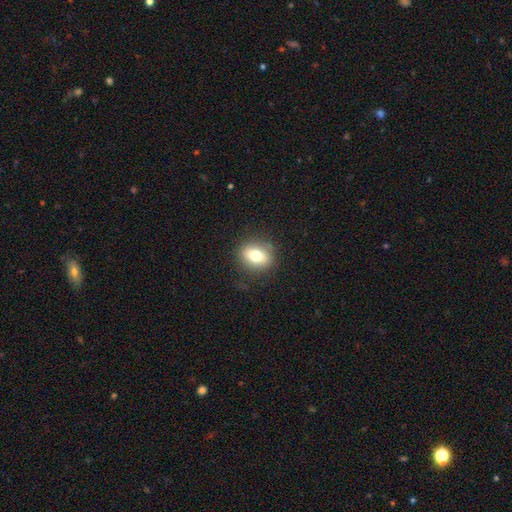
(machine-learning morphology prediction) smooth 70%, featured or disk 20%, star or artifact 10%. Down the decision tree: how rounded — in between (52%); merging — none (85%).